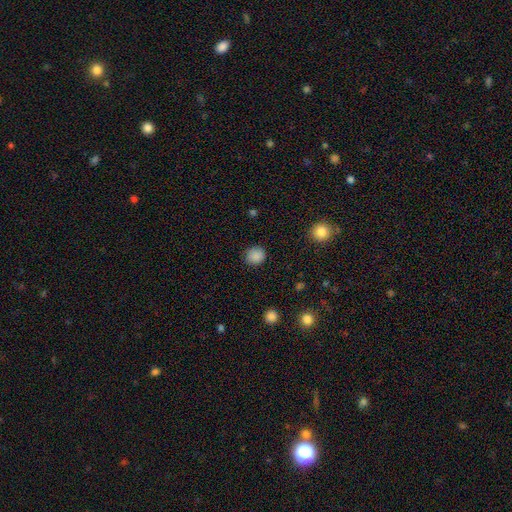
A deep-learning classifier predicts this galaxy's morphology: A smooth galaxy with no disk features (87%) that is round (85%).

Vote fractions:
- Smooth or featured? smooth: 87% / star or artifact: 10% / featured or disk: 3%
- How rounded? round: 85% / in between: 14% / cigar-shaped: 1%
- Merging? none: 87% / minor disturbance: 9% / major disturbance: 3% / merger: 1%